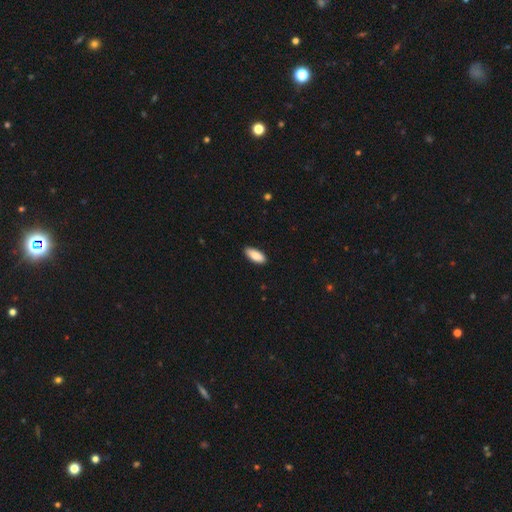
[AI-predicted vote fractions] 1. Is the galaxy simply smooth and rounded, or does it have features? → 89% smooth, 6% star or artifact, 6% featured or disk.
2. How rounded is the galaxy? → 83% in between, 15% cigar-shaped, 2% round.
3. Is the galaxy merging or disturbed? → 87% none, 10% minor disturbance, 2% major disturbance, 1% merger.